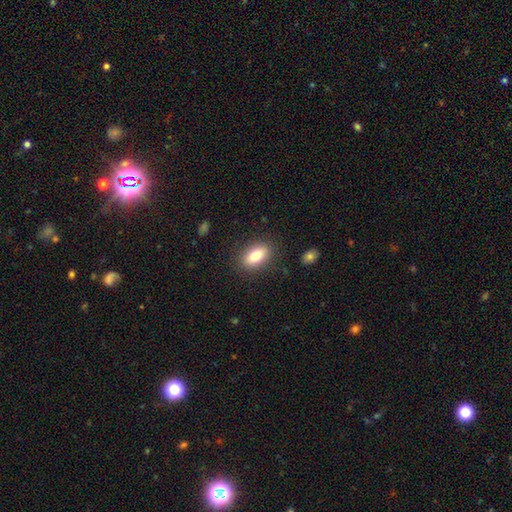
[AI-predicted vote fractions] Q: Smooth or featured?
A: smooth (79%); runner-up: featured or disk (13%)
Q: How rounded?
A: in between (87%); runner-up: round (9%)
Q: Merging?
A: none (86%); runner-up: minor disturbance (10%)